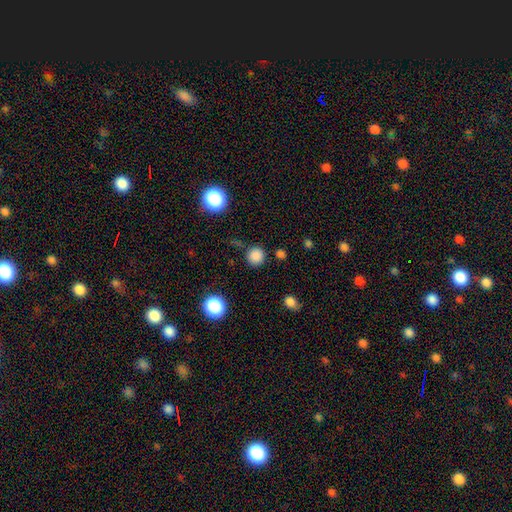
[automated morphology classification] This appears to be a smooth galaxy with no disk features (83%) that is round (94%). Merging: none (86%).